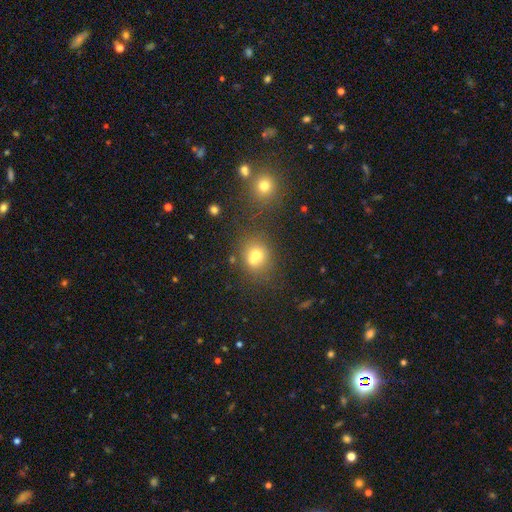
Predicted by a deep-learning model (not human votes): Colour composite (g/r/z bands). It shows a smooth galaxy with no disk features (69%) that is round (74%). Merging: none (49%).